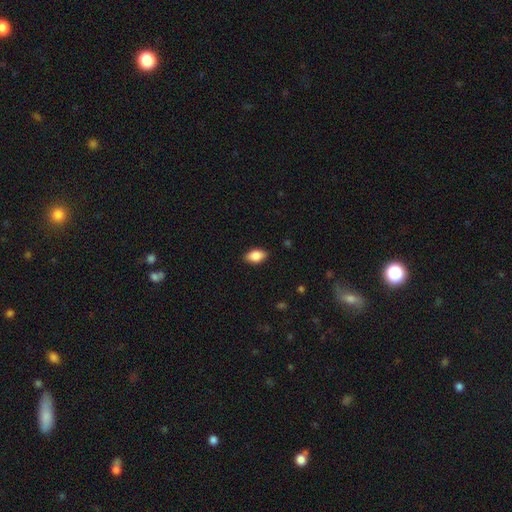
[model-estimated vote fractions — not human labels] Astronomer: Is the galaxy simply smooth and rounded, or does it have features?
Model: smooth — 84%.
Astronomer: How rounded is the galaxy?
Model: in between — 90%.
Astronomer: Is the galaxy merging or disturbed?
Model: none — 87%.